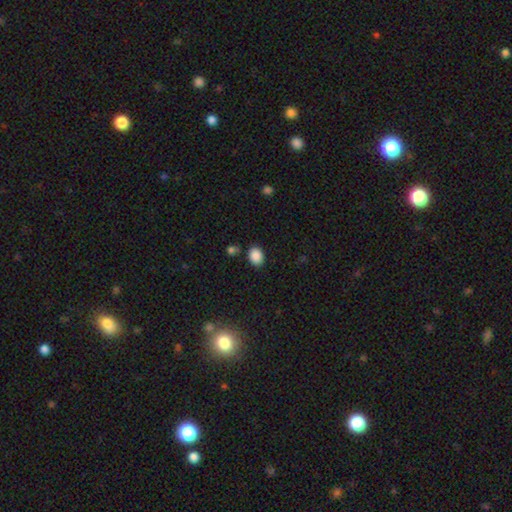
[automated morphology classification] This appears to be a smooth galaxy with no disk features (88%) that is in between round and cigar-shaped (63%). Merging: none (82%).